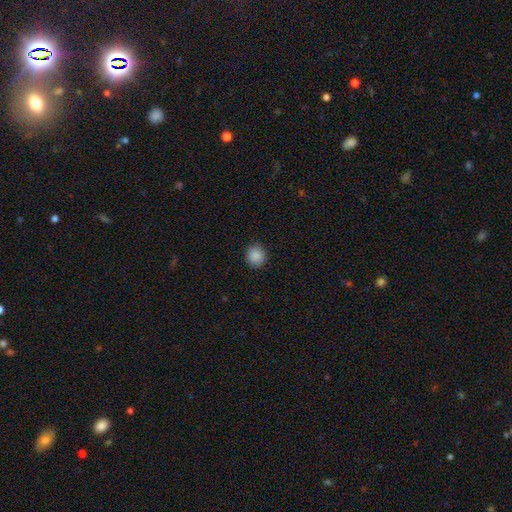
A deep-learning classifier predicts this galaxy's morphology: A smooth galaxy with no disk features (88%) that is round (88%).

Vote fractions:
- Smooth or featured? smooth: 88% / star or artifact: 9% / featured or disk: 3%
- How rounded? round: 88% / in between: 11% / cigar-shaped: 1%
- Merging? none: 89% / minor disturbance: 8% / major disturbance: 2% / merger: 1%